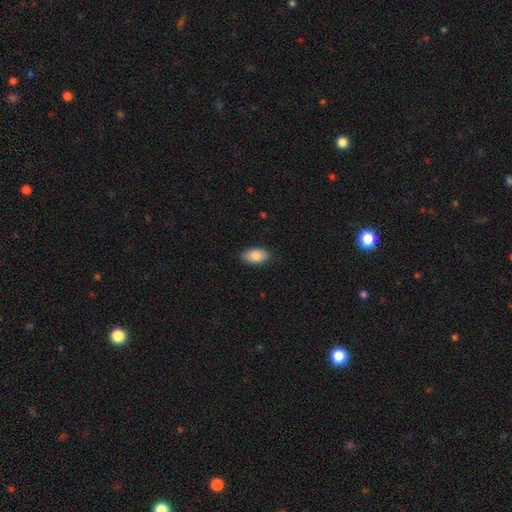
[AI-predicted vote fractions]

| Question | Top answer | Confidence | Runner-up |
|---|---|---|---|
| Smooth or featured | smooth | 88% | star or artifact (7%) |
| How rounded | in between | 94% | round (4%) |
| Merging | none | 86% | minor disturbance (10%) |